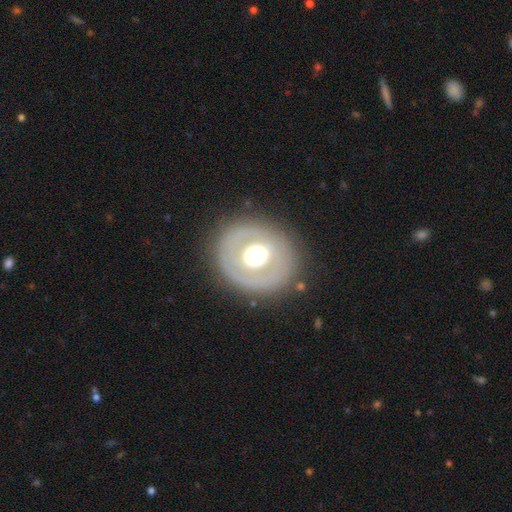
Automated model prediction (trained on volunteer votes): smooth-or-featured: featured or disk: 56% | smooth: 37% | star or artifact: 7%
  disk-edge-on: no: 96% | yes: 4%
    bar: no: 79% | weak: 14% | strong: 7%
    has-spiral-arms: no: 81% | yes: 19%
    bulge-size: moderate: 50% | large: 39% | dominant: 7% | small: 4% | none: 1%
  merging: none: 81% | minor disturbance: 11% | major disturbance: 7% | merger: 2%